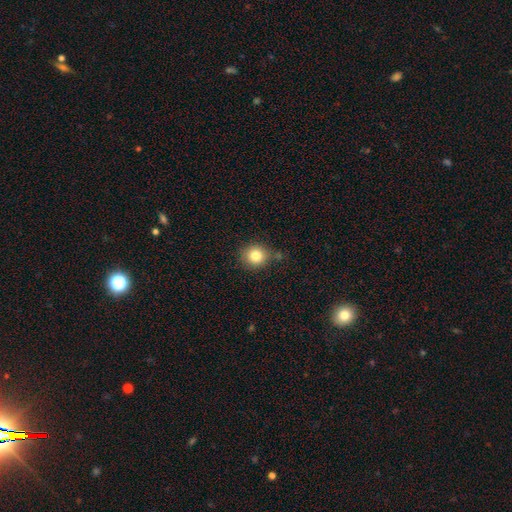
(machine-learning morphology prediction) type=smooth (81%); roundness=round (86%); merging=none (76%).